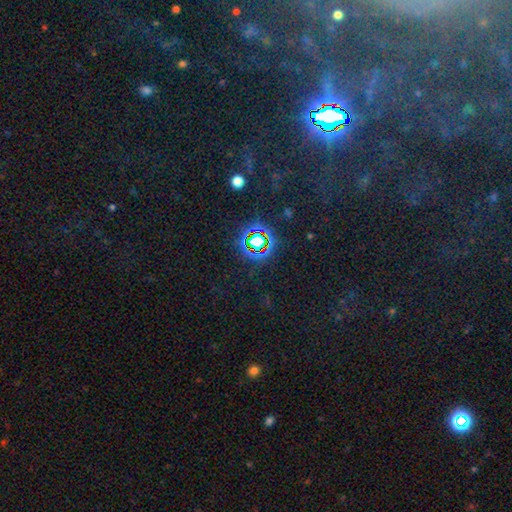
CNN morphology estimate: This appears to be a star or artifact, not a galaxy (75%).